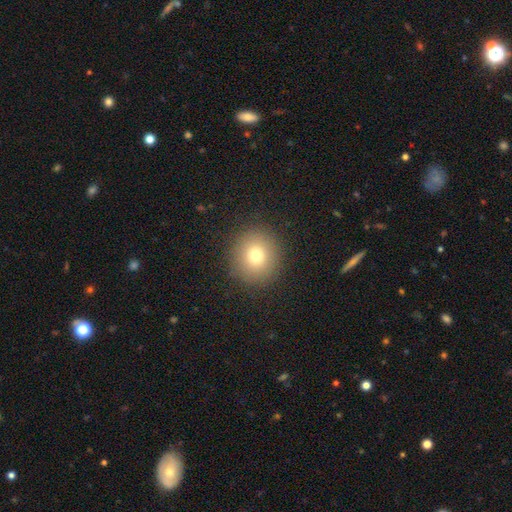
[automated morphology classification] Q: Smooth or featured?
A: smooth (77%); runner-up: star or artifact (13%)
Q: How rounded?
A: round (89%); runner-up: in between (10%)
Q: Merging?
A: none (91%); runner-up: minor disturbance (6%)